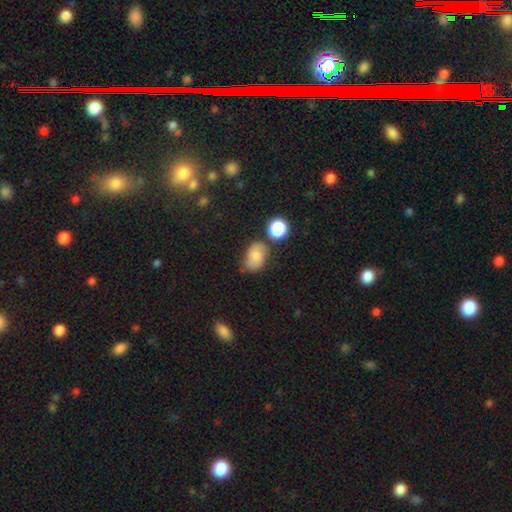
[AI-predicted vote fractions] Q: Smooth or featured?
A: smooth (62%); runner-up: featured or disk (25%)
Q: How rounded?
A: in between (76%); runner-up: round (22%)
Q: Merging?
A: none (56%); runner-up: minor disturbance (26%)